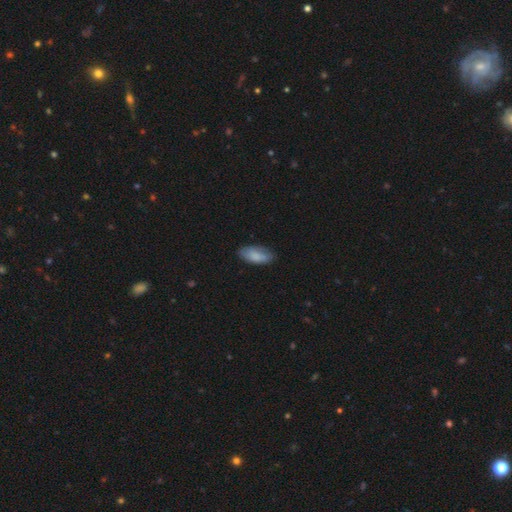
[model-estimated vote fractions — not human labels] A smooth galaxy with no disk features (83%) that is in between round and cigar-shaped (89%).

Vote fractions:
- Smooth or featured? smooth: 83% / featured or disk: 11% / star or artifact: 6%
- How rounded? in between: 89% / cigar-shaped: 9% / round: 2%
- Merging? none: 76% / minor disturbance: 19% / major disturbance: 4% / merger: 1%